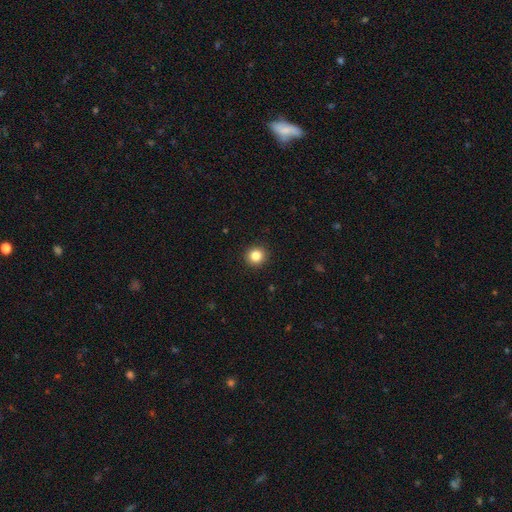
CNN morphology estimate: The model was most divided on "smooth or featured": smooth: 85%, star or artifact: 11%, featured or disk: 5%. More confident: merging — none (93%); how rounded — round (92%).